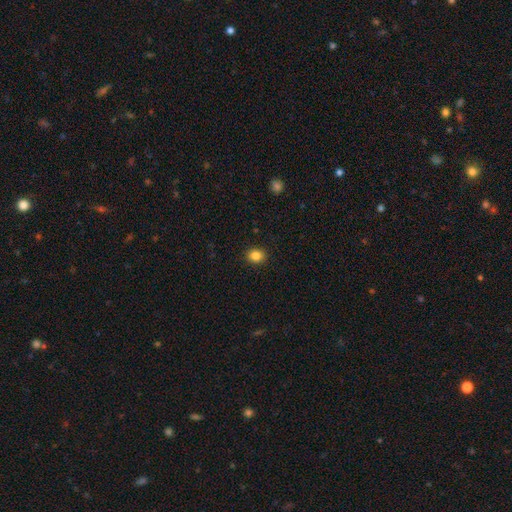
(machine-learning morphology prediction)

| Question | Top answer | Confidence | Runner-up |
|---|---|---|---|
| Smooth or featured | smooth | 85% | star or artifact (11%) |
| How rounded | round | 69% | in between (30%) |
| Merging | none | 92% | minor disturbance (6%) |